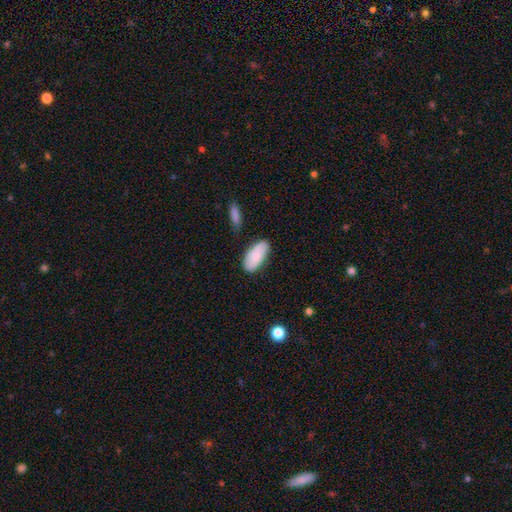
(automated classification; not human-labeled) A smooth galaxy with no disk features (80%) that is in between round and cigar-shaped (91%).

Vote fractions:
- Smooth or featured? smooth: 80% / featured or disk: 14% / star or artifact: 6%
- How rounded? in between: 91% / cigar-shaped: 7% / round: 2%
- Merging? none: 72% / minor disturbance: 20% / merger: 4% / major disturbance: 4%